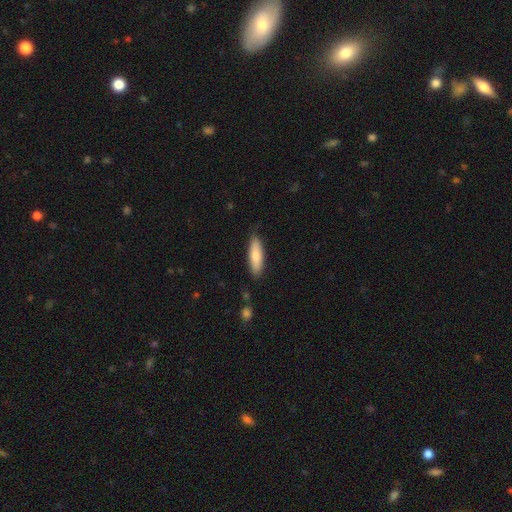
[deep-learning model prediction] This appears to be a smooth galaxy with no disk features (82%) that is cigar-shaped (56%). Merging: none (84%).